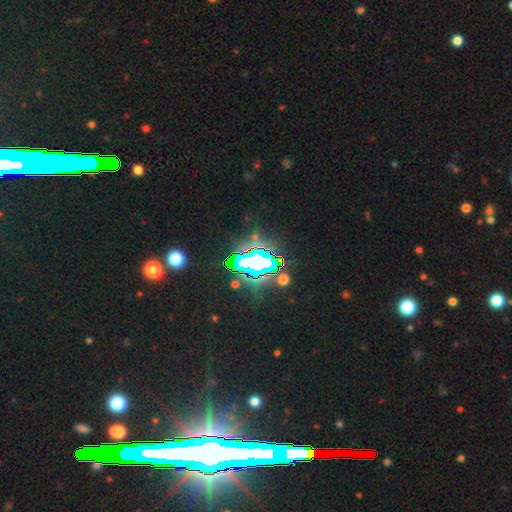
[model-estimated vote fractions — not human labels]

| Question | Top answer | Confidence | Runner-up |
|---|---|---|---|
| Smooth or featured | star or artifact | 80% | smooth (11%) |